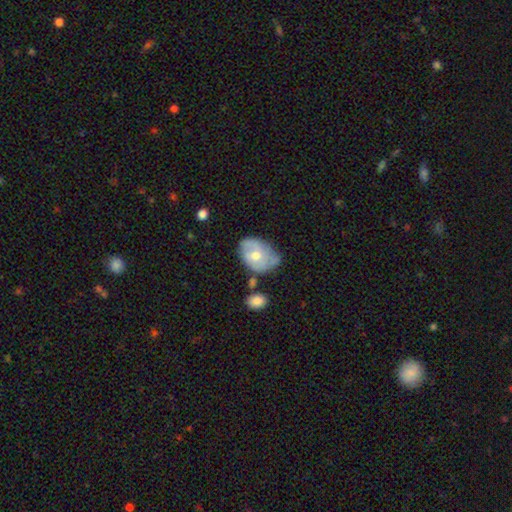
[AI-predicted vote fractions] smooth-or-featured: smooth: 48% | featured or disk: 46% | star or artifact: 7%
  merging: none: 43% | minor disturbance: 34% | major disturbance: 12% | merger: 11%